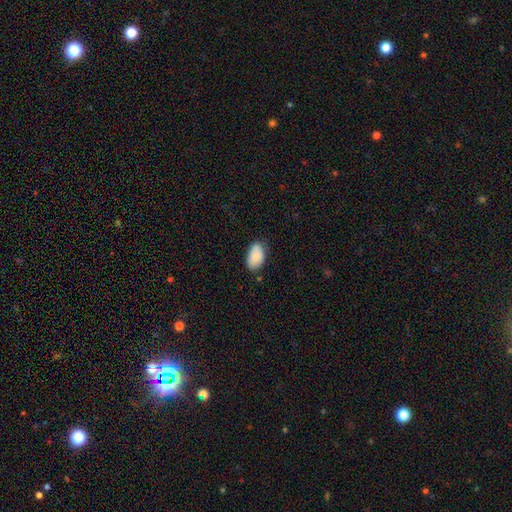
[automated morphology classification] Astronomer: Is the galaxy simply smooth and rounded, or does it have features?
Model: smooth — 87%.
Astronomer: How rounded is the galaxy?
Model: in between — 93%.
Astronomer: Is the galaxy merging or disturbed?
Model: none — 74%.